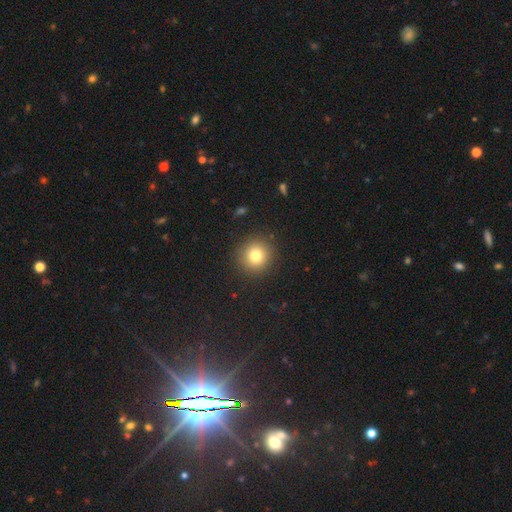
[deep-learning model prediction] Smooth or featured: smooth — 79% (star or artifact — 13%)
How rounded: round — 93% (in between — 6%)
Merging: none — 91% (minor disturbance — 6%)